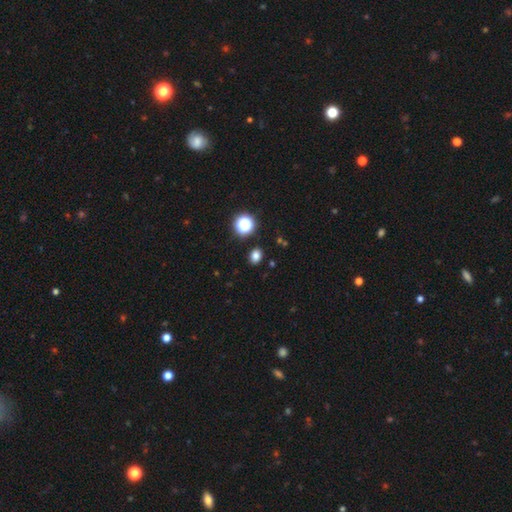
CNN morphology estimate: The model was most divided on "how rounded": in between: 56%, round: 44%, cigar-shaped: 1%. More confident: merging — none (88%); smooth or featured — smooth (79%).